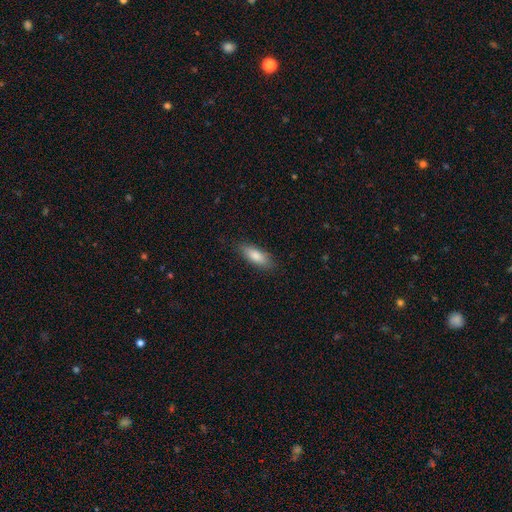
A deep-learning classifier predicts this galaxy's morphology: Smooth or featured?
  - smooth: 83% *
  - featured or disk: 11%
  - star or artifact: 6%
How rounded?
  - in between: 67% *
  - cigar-shaped: 31%
  - round: 2%
Merging?
  - none: 83% *
  - minor disturbance: 13%
  - major disturbance: 3%
  - merger: 1%